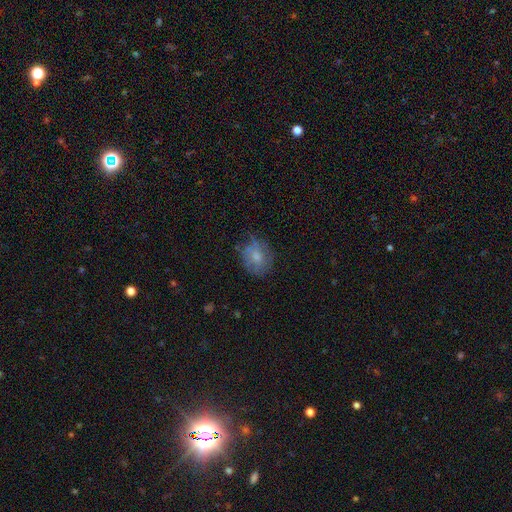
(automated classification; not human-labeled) smooth 63%, featured or disk 28%, star or artifact 9%. Down the decision tree: how rounded — round (50%); merging — none (56%).